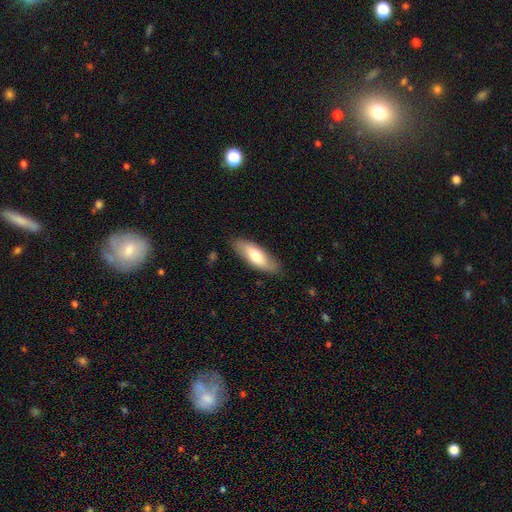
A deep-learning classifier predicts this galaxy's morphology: smooth_or_featured: smooth (p=0.68) [alt: featured or disk p=0.27]
how_rounded: in between (p=0.67) [alt: cigar-shaped p=0.31]
merging: none (p=0.84) [alt: minor disturbance p=0.12]